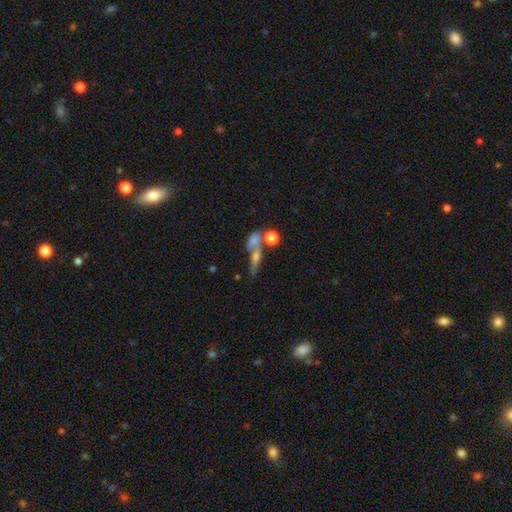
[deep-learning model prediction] The model was most divided on "smooth or featured": smooth: 42%, featured or disk: 41%, star or artifact: 17%. Remaining: merging — none (42%).